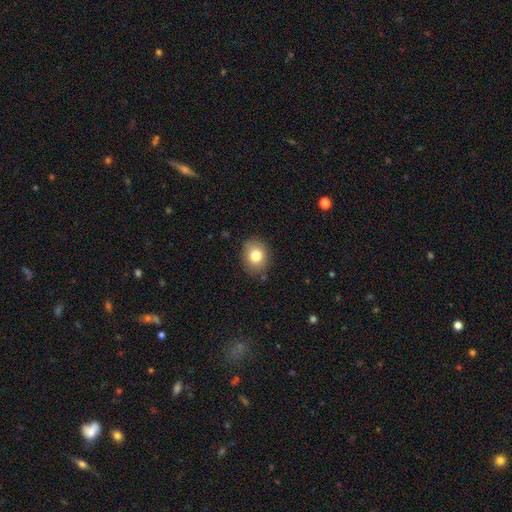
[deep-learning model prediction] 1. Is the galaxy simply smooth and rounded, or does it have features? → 79% smooth, 10% star or artifact, 10% featured or disk.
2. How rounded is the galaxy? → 60% round, 39% in between, 1% cigar-shaped.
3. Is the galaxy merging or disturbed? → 86% none, 10% minor disturbance, 3% major disturbance, 1% merger.